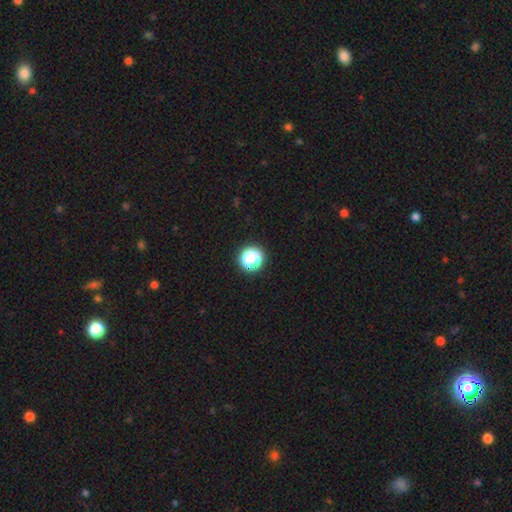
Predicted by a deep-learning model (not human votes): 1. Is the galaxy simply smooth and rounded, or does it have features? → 56% smooth, 36% star or artifact, 8% featured or disk.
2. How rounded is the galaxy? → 89% round, 9% in between, 1% cigar-shaped.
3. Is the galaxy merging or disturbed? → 83% none, 10% minor disturbance, 5% major disturbance, 3% merger.